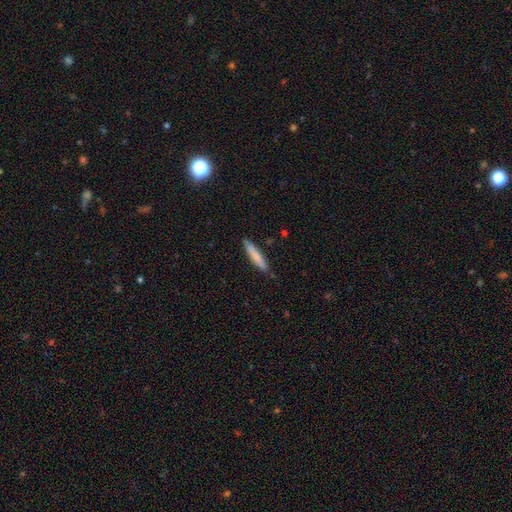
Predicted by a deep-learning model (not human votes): Smooth or featured?
  - smooth: 78% *
  - featured or disk: 17%
  - star or artifact: 6%
How rounded?
  - cigar-shaped: 90% *
  - in between: 9%
  - round: 1%
Merging?
  - none: 85% *
  - minor disturbance: 12%
  - major disturbance: 2%
  - merger: 1%